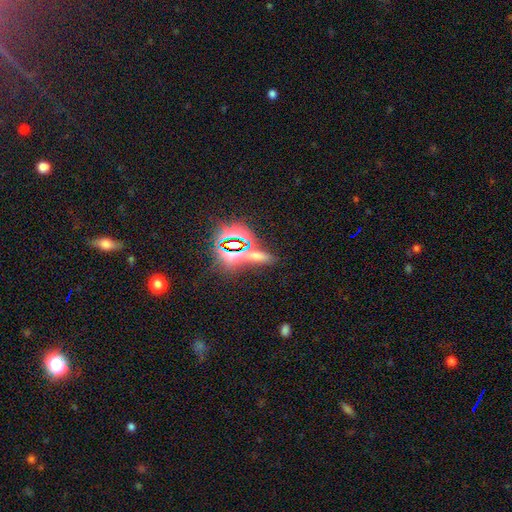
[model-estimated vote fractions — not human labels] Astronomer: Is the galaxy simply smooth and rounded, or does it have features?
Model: star or artifact — 54% (runner-up: smooth, 34%).